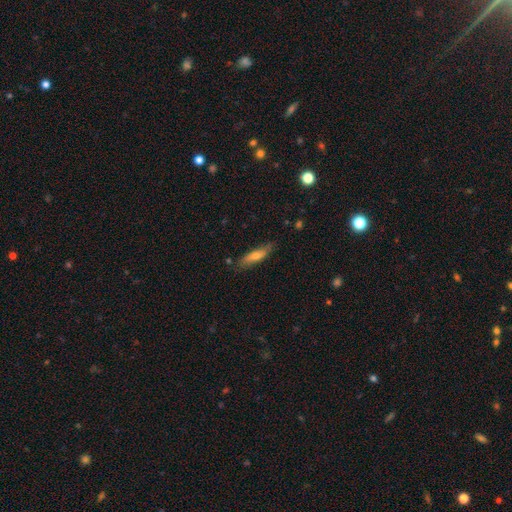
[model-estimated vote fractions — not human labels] Smooth or featured? Predicted: smooth (p=0.66). How rounded? Predicted: cigar-shaped (p=0.69). Merging? Predicted: none (p=0.76).